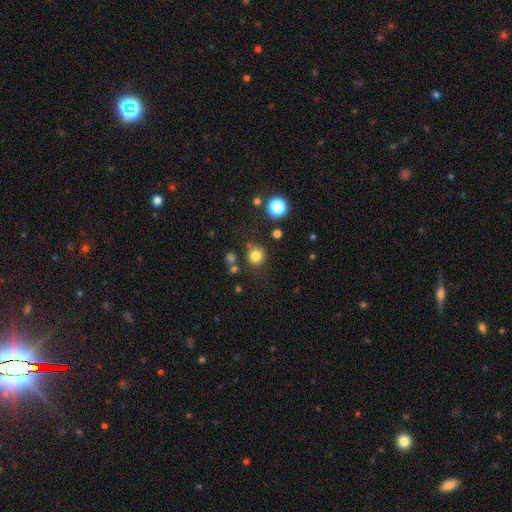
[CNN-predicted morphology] smooth-or-featured: smooth: 80% | star or artifact: 14% | featured or disk: 5%
  how-rounded: round: 91% | in between: 8% | cigar-shaped: 1%
  merging: none: 82% | minor disturbance: 9% | merger: 5% | major disturbance: 3%